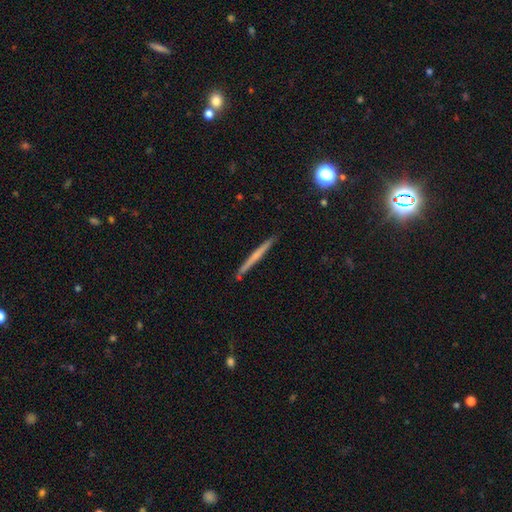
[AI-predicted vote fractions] Smooth or featured? Predicted: featured or disk (p=0.48). Merging? Predicted: none (p=0.90).